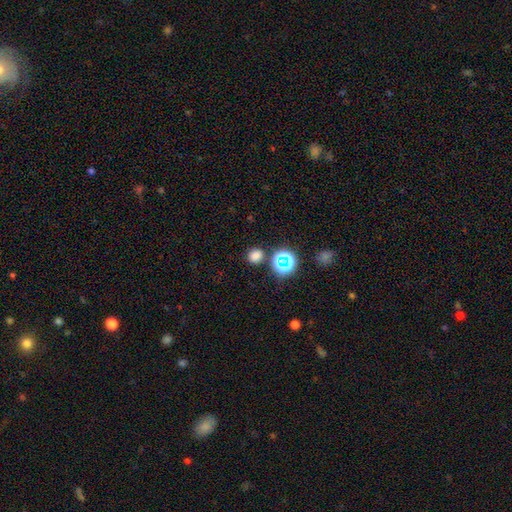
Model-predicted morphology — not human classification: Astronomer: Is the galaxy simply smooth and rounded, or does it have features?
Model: smooth — 72%.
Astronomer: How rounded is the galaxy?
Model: round — 74%.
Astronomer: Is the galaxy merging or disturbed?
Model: none — 81%.